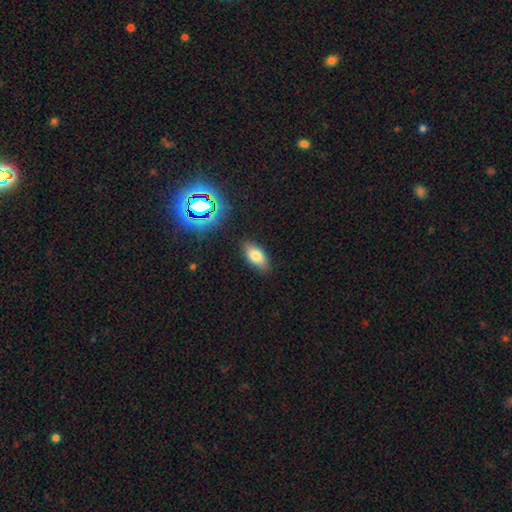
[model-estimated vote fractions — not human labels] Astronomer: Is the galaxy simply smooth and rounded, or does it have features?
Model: smooth — 77%.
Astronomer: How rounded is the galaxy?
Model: in between — 89%.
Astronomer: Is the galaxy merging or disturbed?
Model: none — 84%.